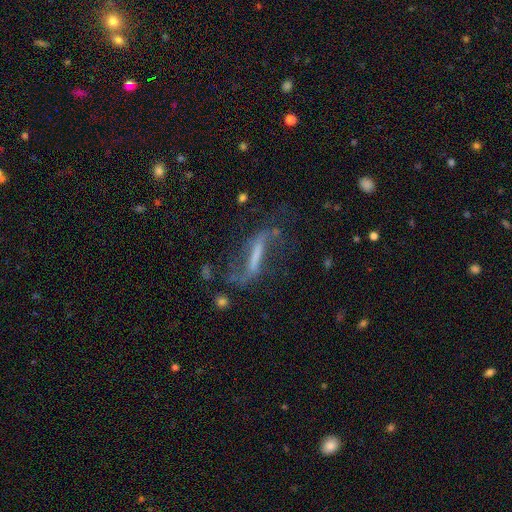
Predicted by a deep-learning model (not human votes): This appears to be a featured or disk galaxy (64%). Merging: none (49%).